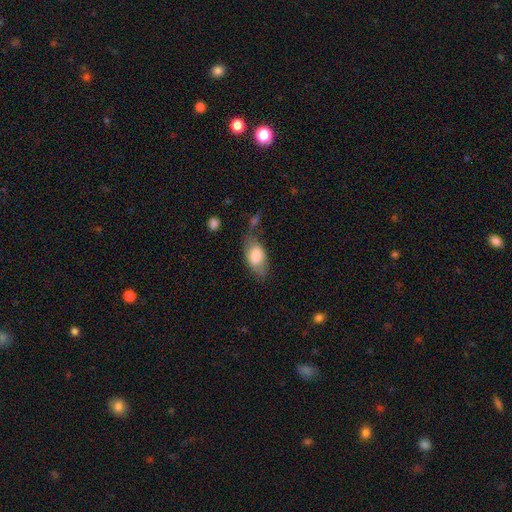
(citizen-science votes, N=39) Smooth or featured?
  - smooth: 85% *
  - featured or disk: 13%
  - star or artifact: 3%
How rounded?
  - in between: 97% *
  - round: 3%
  - cigar-shaped: 0%
Merging?
  - none: 50% *
  - major disturbance: 18%
  - minor disturbance: 16%
  - merger: 16%